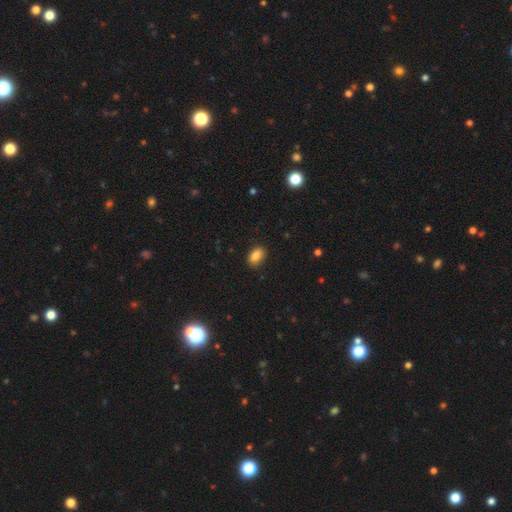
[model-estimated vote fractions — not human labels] Morphology: type=smooth (86%); roundness=in between (89%); merging=none (88%).